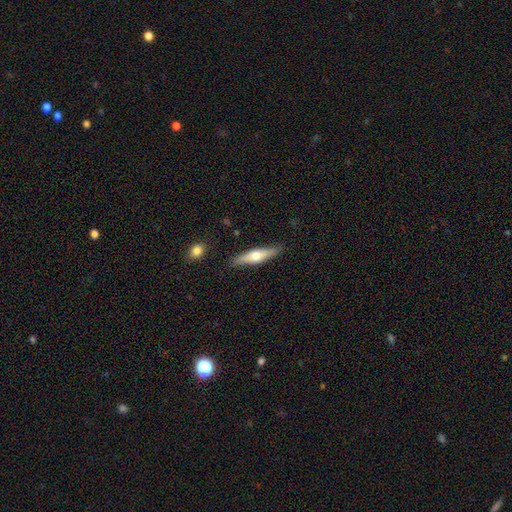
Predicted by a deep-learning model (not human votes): Morphology: type=featured or disk (48%); merging=none (86%).